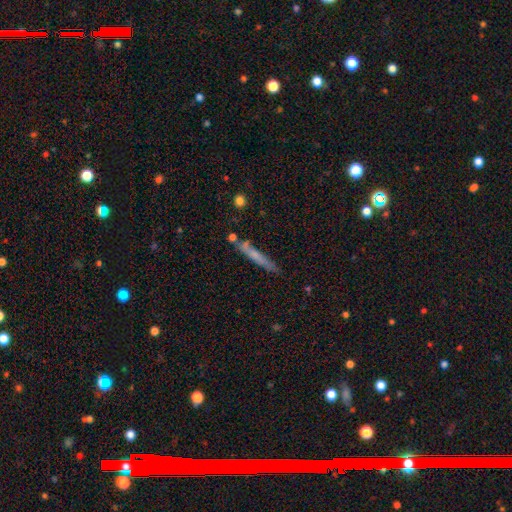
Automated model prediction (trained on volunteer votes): Q: Smooth or featured?
A: smooth (61%); runner-up: featured or disk (32%)
Q: How rounded?
A: cigar-shaped (94%); runner-up: in between (4%)
Q: Merging?
A: none (68%); runner-up: minor disturbance (19%)